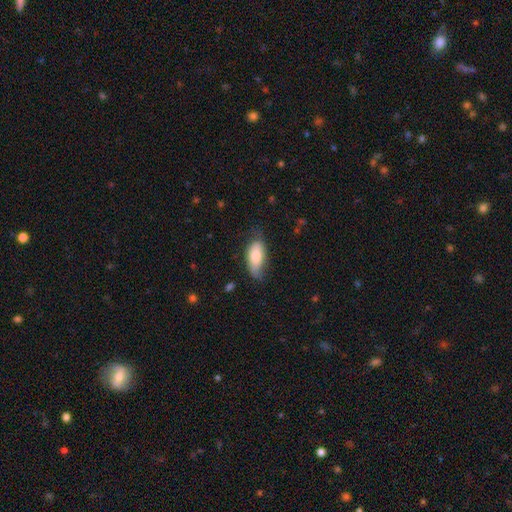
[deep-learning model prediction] This appears to be a smooth galaxy with no disk features (76%) that is in between round and cigar-shaped (88%). Merging: none (54%).